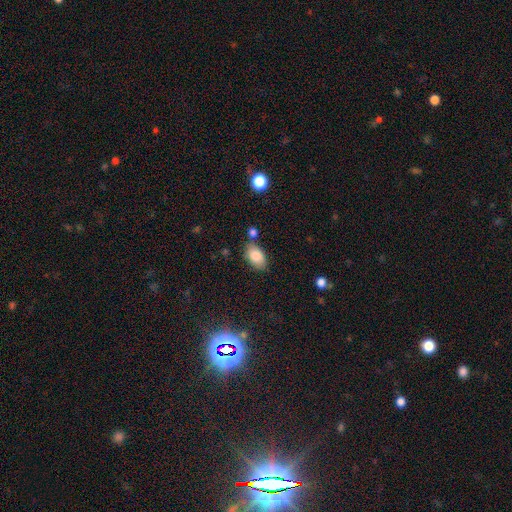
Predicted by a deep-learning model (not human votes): Overall: smooth (84%). How rounded: in between (92%). Merging: none (73%).